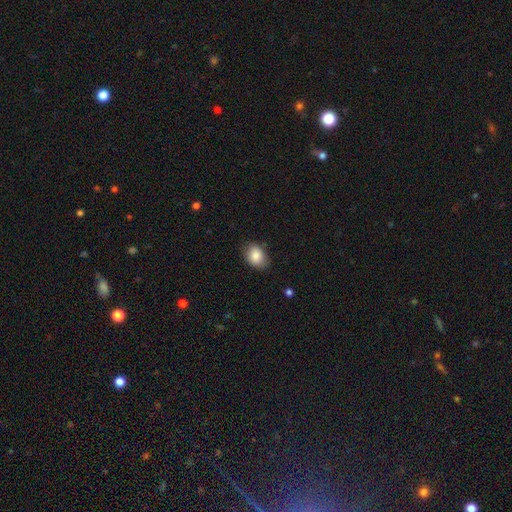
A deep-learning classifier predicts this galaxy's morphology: Smooth or featured? smooth (84%)
How rounded? in between (71%)
Merging? none (76%)